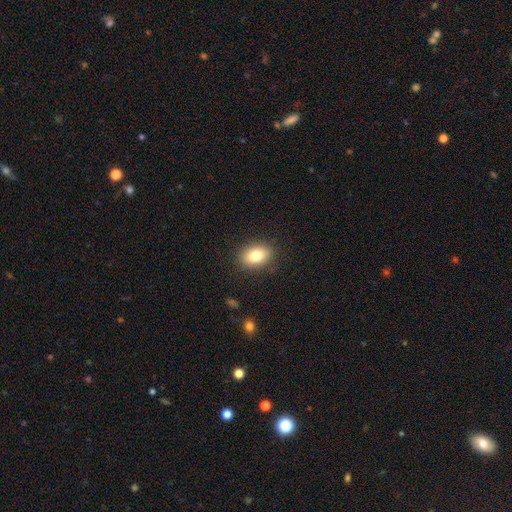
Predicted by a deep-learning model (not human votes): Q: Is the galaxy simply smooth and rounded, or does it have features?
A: smooth — 80%.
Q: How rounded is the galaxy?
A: in between — 81%.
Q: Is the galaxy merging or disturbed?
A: none — 87%.